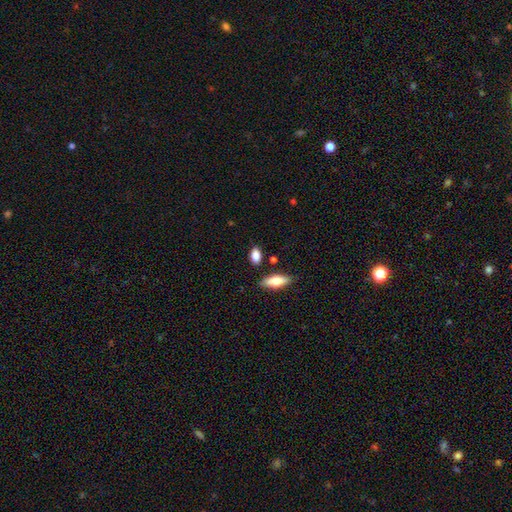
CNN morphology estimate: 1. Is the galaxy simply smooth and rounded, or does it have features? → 84% smooth, 9% featured or disk, 7% star or artifact.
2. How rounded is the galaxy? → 83% in between, 9% round, 8% cigar-shaped.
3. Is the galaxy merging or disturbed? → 79% none, 12% minor disturbance, 6% merger, 3% major disturbance.